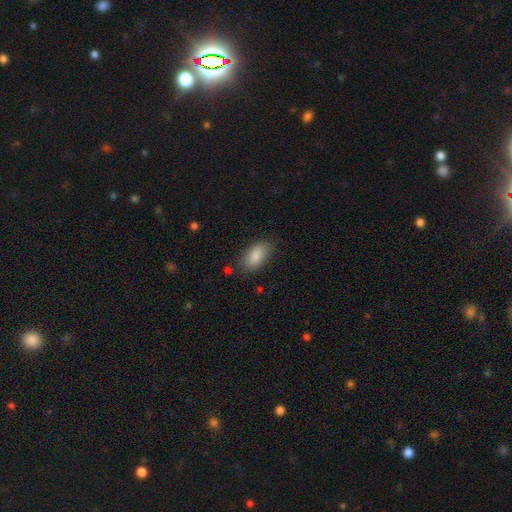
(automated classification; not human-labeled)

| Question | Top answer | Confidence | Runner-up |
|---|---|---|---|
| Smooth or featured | smooth | 86% | featured or disk (7%) |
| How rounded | in between | 92% | cigar-shaped (5%) |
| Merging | none | 81% | minor disturbance (13%) |